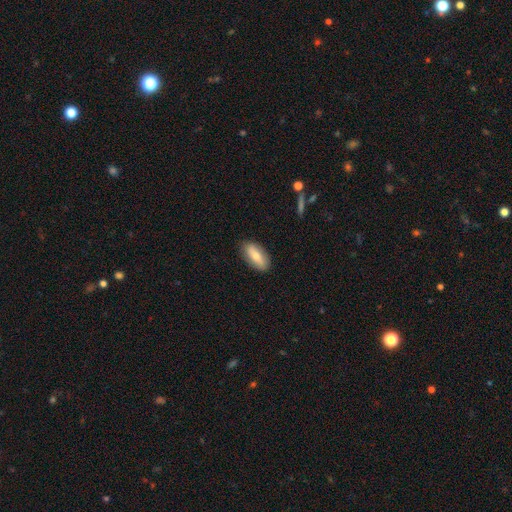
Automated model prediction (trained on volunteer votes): The model was most divided on "smooth or featured": smooth: 68%, featured or disk: 25%, star or artifact: 6%. More confident: merging — none (87%); how rounded — in between (85%).